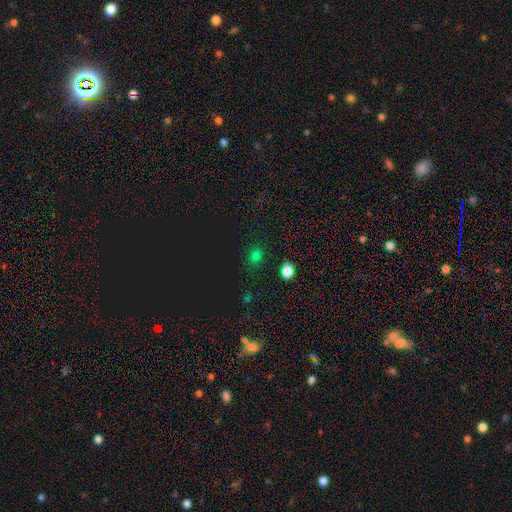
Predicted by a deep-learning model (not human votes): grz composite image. It shows a smooth galaxy with no disk features (66%) that is round (63%). Merging: none (83%).